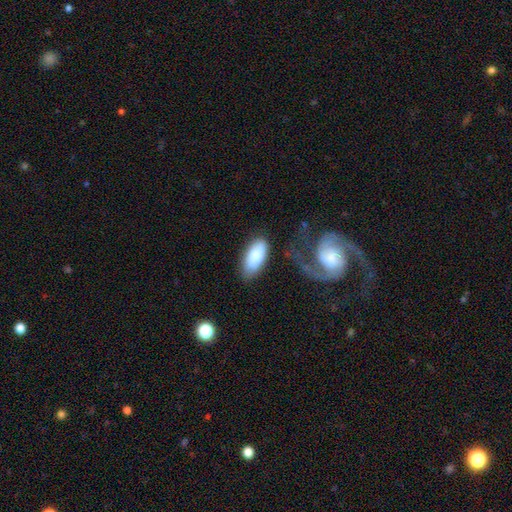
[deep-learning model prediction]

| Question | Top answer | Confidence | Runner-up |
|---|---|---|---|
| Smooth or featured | smooth | 83% | featured or disk (11%) |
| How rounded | in between | 91% | cigar-shaped (7%) |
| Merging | none | 65% | minor disturbance (19%) |